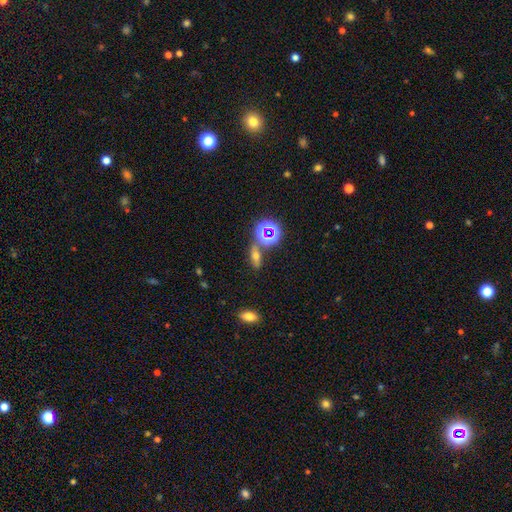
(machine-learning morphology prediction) Smooth or featured? Predicted: smooth (p=0.47). Merging? Predicted: none (p=0.67).